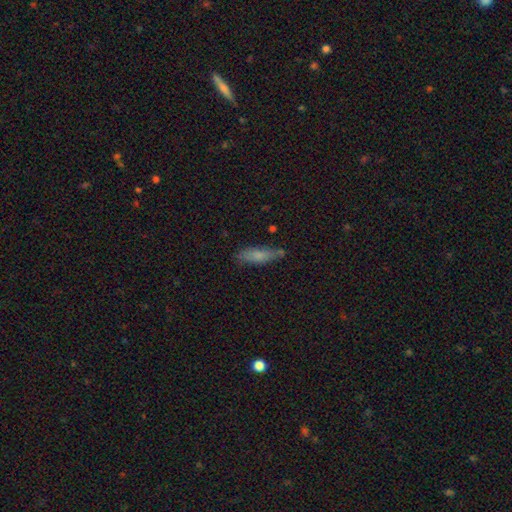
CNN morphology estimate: This appears to be a smooth galaxy with no disk features (66%) that is cigar-shaped (67%). Merging: none (77%).